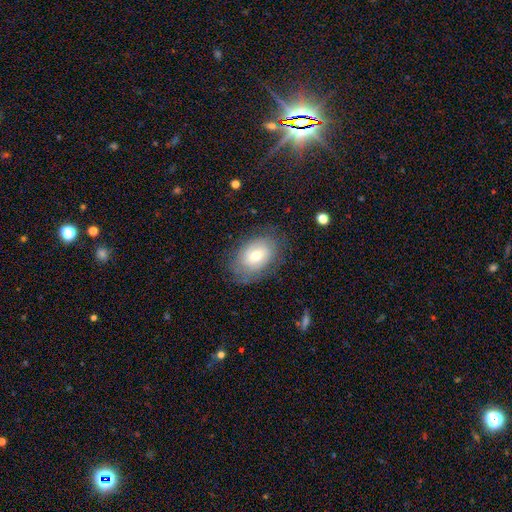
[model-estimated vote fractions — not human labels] This appears to be a smooth galaxy with no disk features (59%) that is in between round and cigar-shaped (83%). Merging: none (73%).